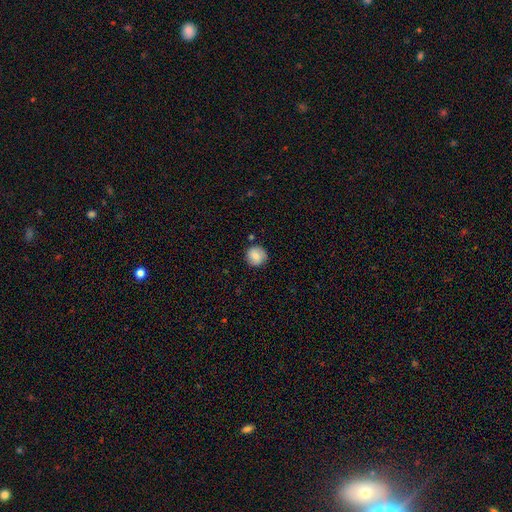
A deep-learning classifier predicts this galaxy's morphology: Smooth or featured: smooth — 80% (featured or disk — 12%)
How rounded: round — 94% (in between — 5%)
Merging: none — 86% (minor disturbance — 10%)